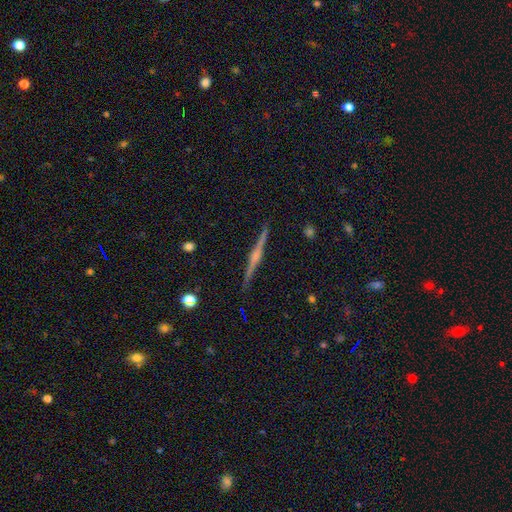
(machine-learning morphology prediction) Overall: featured or disk (81%). Edge-on disk: yes (99%). Edge-on bulge: rounded (71%). Merging: none (92%).